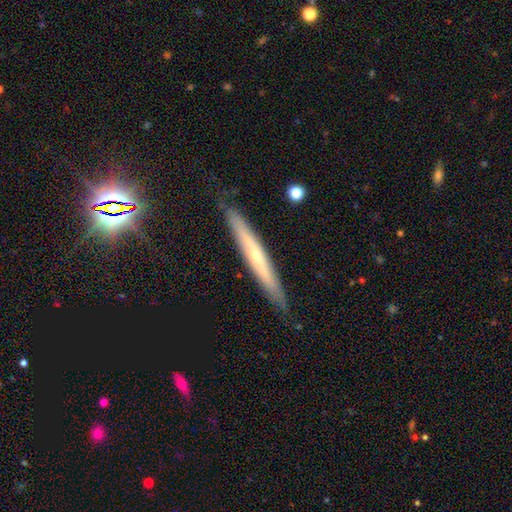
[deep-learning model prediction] smooth-or-featured: featured or disk: 56% | smooth: 37% | star or artifact: 7%
  disk-edge-on: yes: 91% | no: 9%
    edge-on-bulge: rounded: 52% | none: 45% | boxy: 3%
  merging: none: 87% | minor disturbance: 10% | major disturbance: 2% | merger: 1%